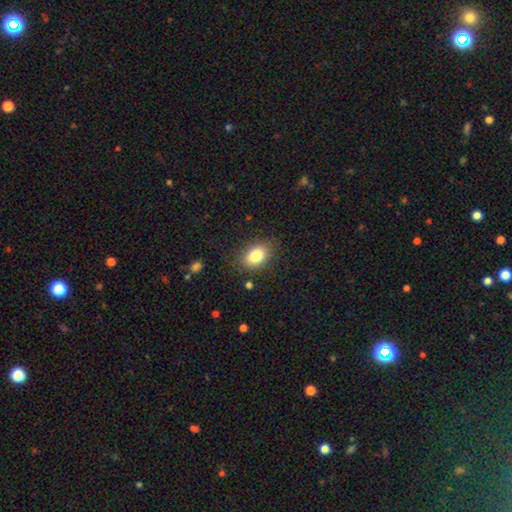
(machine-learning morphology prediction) Smooth or featured?
  - smooth: 83% *
  - star or artifact: 9%
  - featured or disk: 8%
How rounded?
  - in between: 78% *
  - round: 20%
  - cigar-shaped: 1%
Merging?
  - none: 84% *
  - minor disturbance: 12%
  - major disturbance: 3%
  - merger: 1%